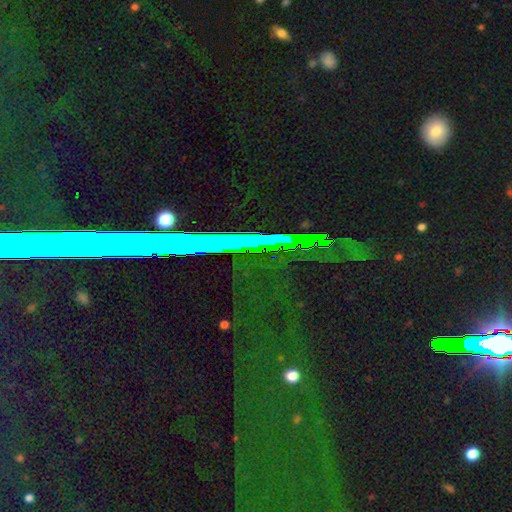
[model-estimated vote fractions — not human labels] star or artifact 76%, featured or disk 14%, smooth 10%.